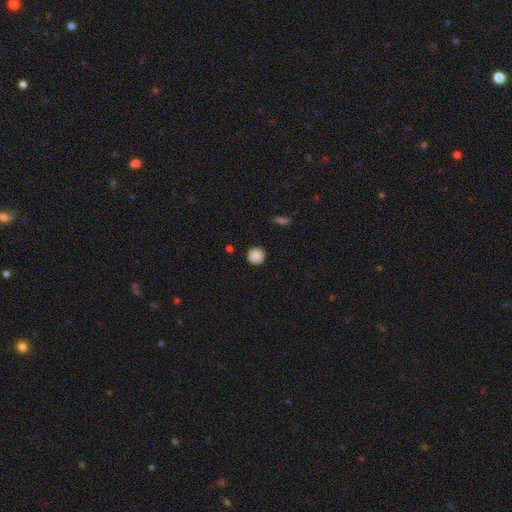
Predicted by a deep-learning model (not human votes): Smooth or featured: smooth — 88% (star or artifact — 9%)
How rounded: round — 95% (in between — 4%)
Merging: none — 92% (minor disturbance — 5%)